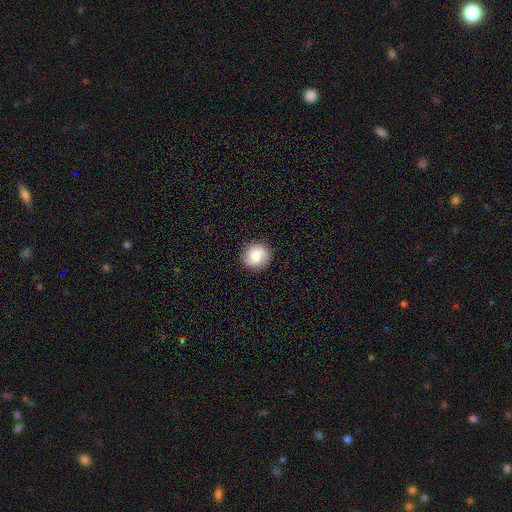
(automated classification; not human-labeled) Morphology: type=smooth (81%); roundness=round (91%); merging=none (90%).